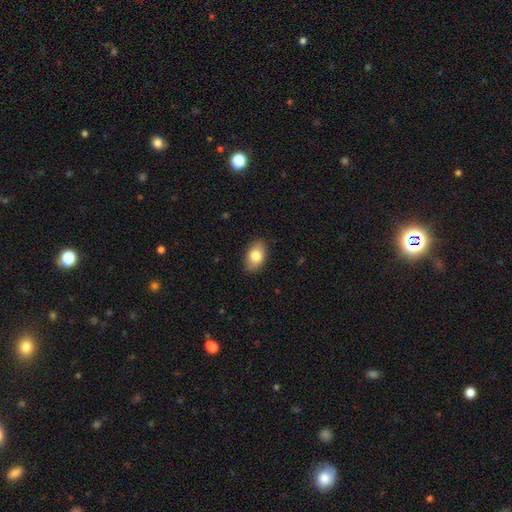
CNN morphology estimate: A smooth galaxy with no disk features (82%) that is in between round and cigar-shaped (89%). Merging: none (84%).